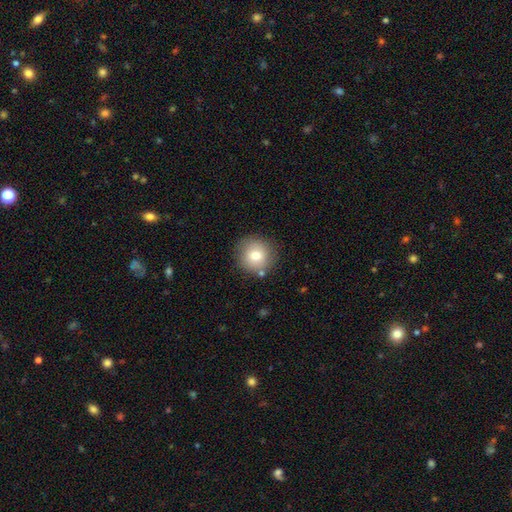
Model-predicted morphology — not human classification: smooth 76%, featured or disk 14%, star or artifact 11%. Down the decision tree: how rounded — round (93%); merging — none (83%).